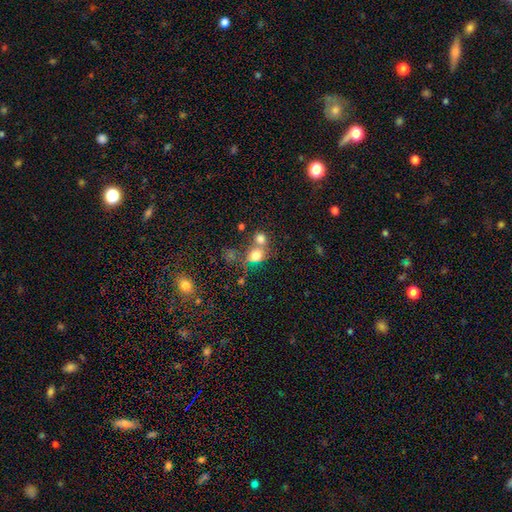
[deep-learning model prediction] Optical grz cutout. It shows a smooth galaxy with no disk features (73%) that is round (66%). Merging: merger (46%).